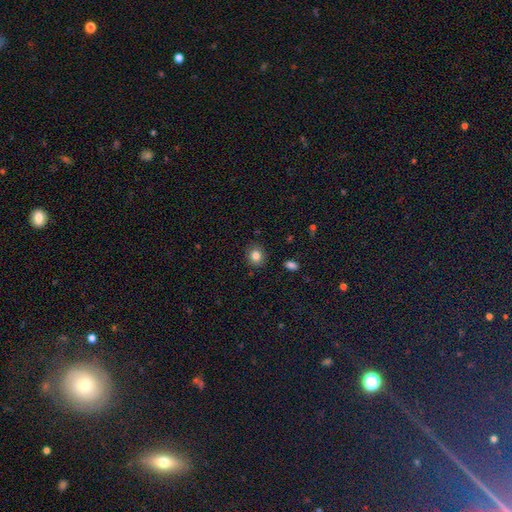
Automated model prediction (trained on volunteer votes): Overall: smooth (83%). How rounded: round (75%). Merging: none (89%).